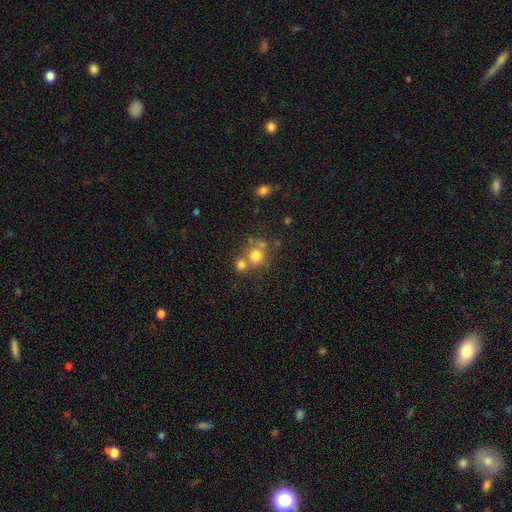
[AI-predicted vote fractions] A smooth galaxy with no disk features (72%) that is round (85%). Merging: none (50%).